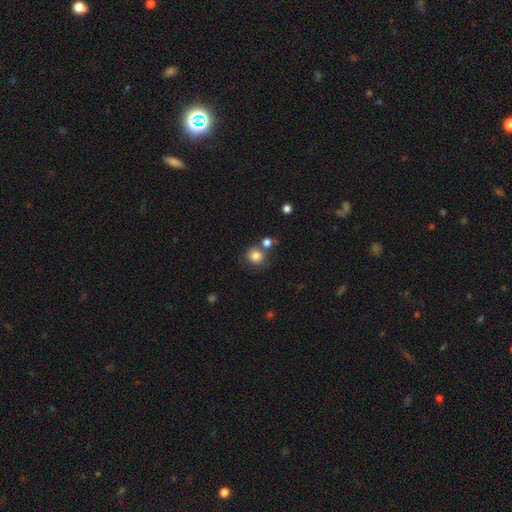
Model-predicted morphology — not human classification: This is clearly a smooth galaxy (84%). How rounded: clearly round (88%). Merging: likely none (69%).